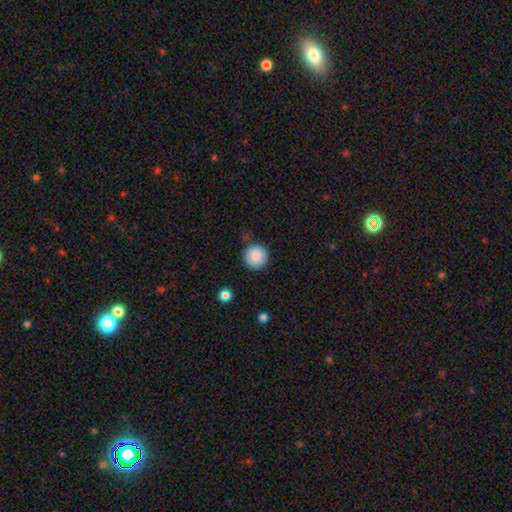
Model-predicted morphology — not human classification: smooth-or-featured: smooth: 87% | star or artifact: 8% | featured or disk: 5%
  how-rounded: round: 95% | in between: 4% | cigar-shaped: 1%
  merging: none: 85% | minor disturbance: 10% | major disturbance: 2% | merger: 2%